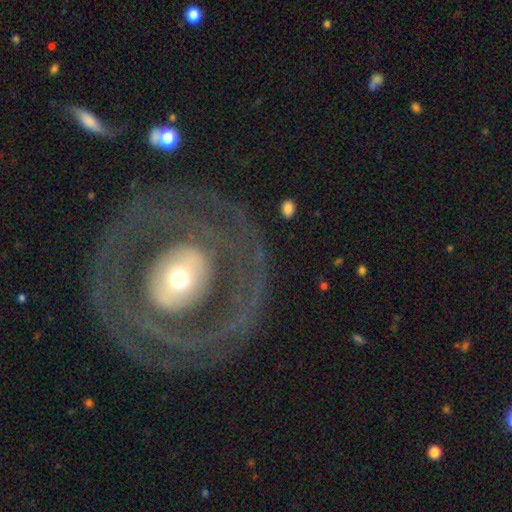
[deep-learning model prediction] featured or disk 71%, smooth 23%, star or artifact 6%. Down the decision tree: edge-on disk — no (95%); bar — no (63%); spiral arms — no (53%); bulge size — moderate (55%); merging — none (76%).